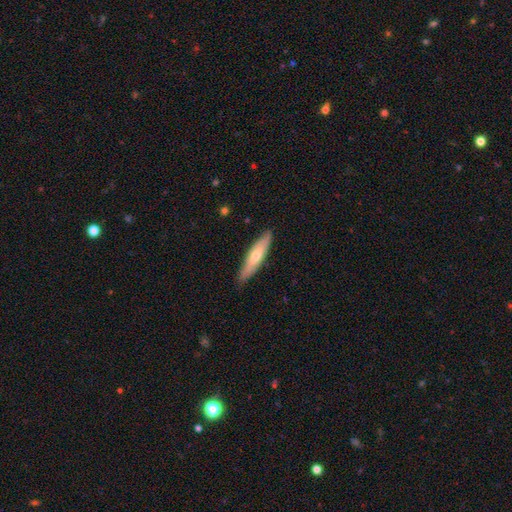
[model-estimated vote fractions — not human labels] Smooth or featured? smooth (56%)
How rounded? cigar-shaped (79%)
Merging? none (86%)